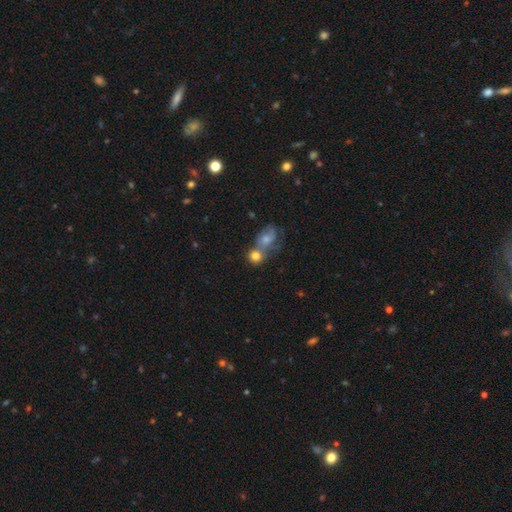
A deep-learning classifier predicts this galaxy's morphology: type=smooth (73%); roundness=round (76%); merging=merger (50%).